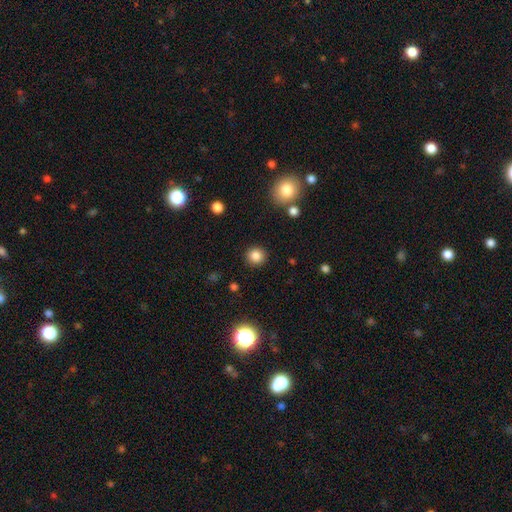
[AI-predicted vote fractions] Smooth or featured? smooth (84%)
How rounded? round (93%)
Merging? none (90%)